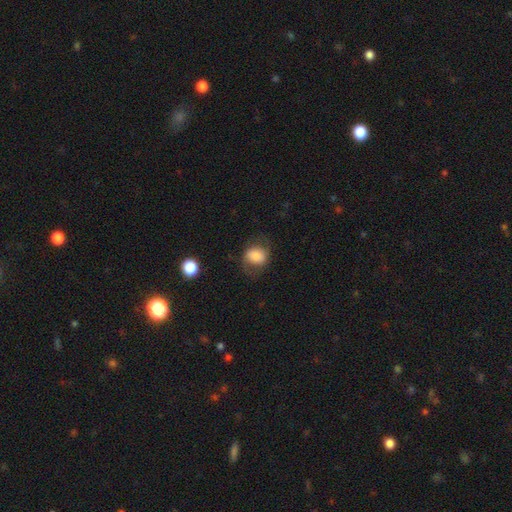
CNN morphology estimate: type=smooth (68%); roundness=round (58%); merging=none (61%).